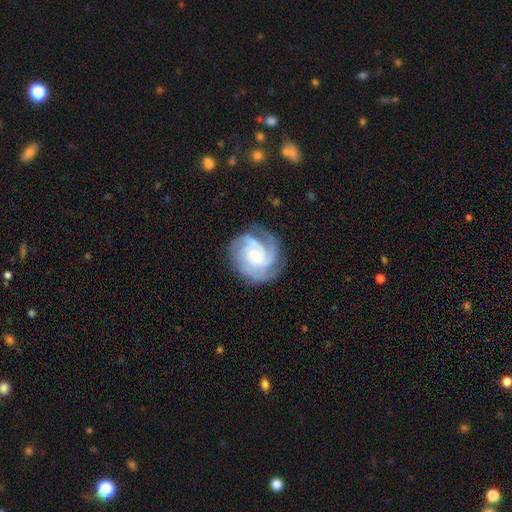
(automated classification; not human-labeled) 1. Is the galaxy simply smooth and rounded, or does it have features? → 86% featured or disk, 8% smooth, 5% star or artifact.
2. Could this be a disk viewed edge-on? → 98% no, 2% yes.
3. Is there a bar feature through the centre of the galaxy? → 53% no, 40% weak, 8% strong.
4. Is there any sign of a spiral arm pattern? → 97% yes, 3% no.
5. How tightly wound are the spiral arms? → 63% tight, 31% medium, 5% loose.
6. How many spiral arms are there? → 41% 3, 21% 4, 16% can't tell, 11% 2, 5% more than 4, 5% 1.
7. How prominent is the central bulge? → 55% small, 36% moderate, 4% none, 4% large, 1% dominant.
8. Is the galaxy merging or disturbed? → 75% none, 17% minor disturbance, 7% major disturbance, 1% merger.